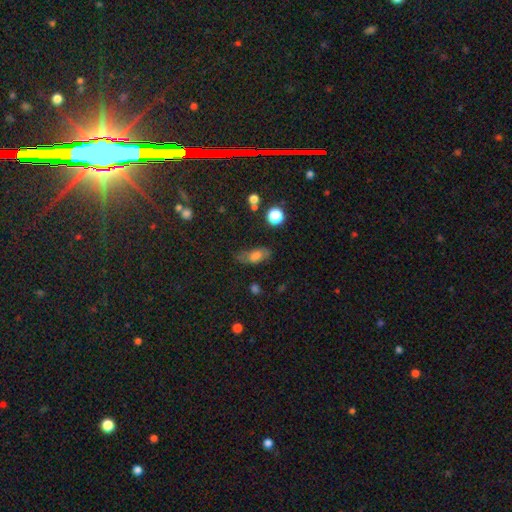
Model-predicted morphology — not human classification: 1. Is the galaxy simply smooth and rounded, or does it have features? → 64% smooth, 24% featured or disk, 12% star or artifact.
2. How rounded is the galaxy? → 80% in between, 13% cigar-shaped, 7% round.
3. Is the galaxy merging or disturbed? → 64% none, 24% minor disturbance, 9% major disturbance, 3% merger.